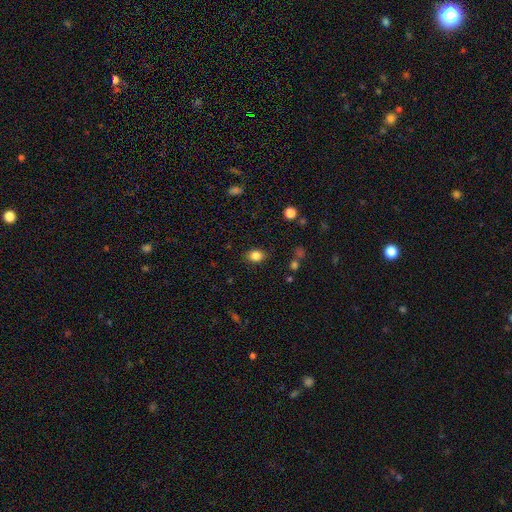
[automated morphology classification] A smooth galaxy with no disk features (84%) that is in between round and cigar-shaped (65%). Merging: none (85%).